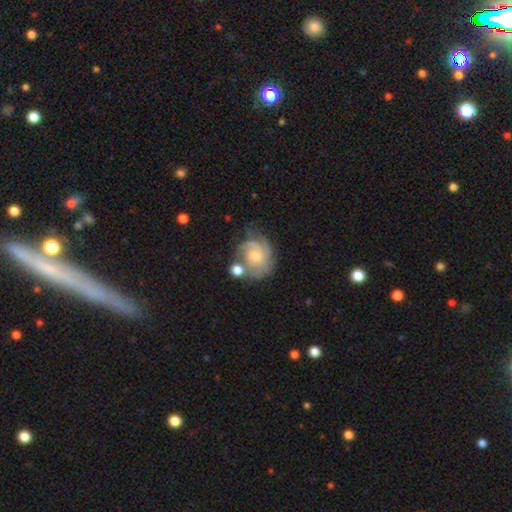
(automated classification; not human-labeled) Smooth or featured? featured or disk (76%)
Edge-on disk? no (98%)
Bar? no (69%)
Spiral arms? yes (93%)
Spiral winding? tight (58%)
Spiral arm count? can't tell (29%)
Bulge size? small (46%)
Merging? none (49%)